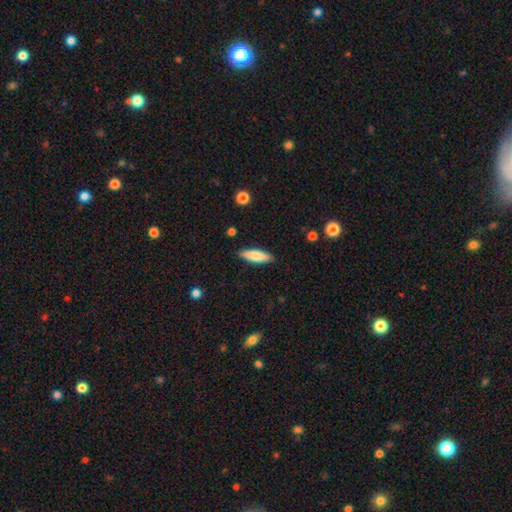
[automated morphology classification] smooth_or_featured: smooth (p=0.77) [alt: featured or disk p=0.17]
how_rounded: cigar-shaped (p=0.56) [alt: in between p=0.43]
merging: none (p=0.87) [alt: minor disturbance p=0.09]